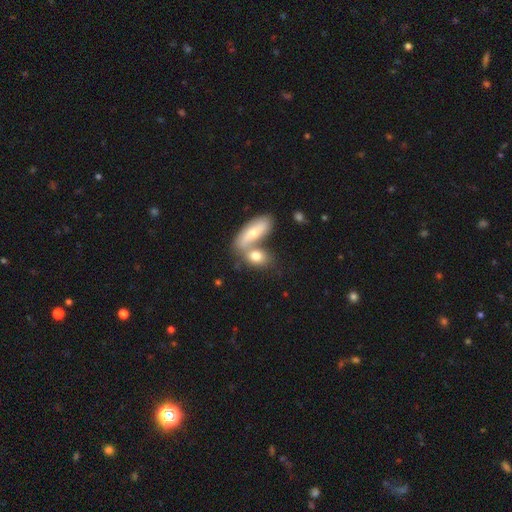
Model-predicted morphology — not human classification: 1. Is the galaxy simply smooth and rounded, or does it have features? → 71% smooth, 22% featured or disk, 7% star or artifact.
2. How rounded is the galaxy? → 70% in between, 17% round, 13% cigar-shaped.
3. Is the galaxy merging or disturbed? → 55% merger, 33% none, 8% minor disturbance, 4% major disturbance.